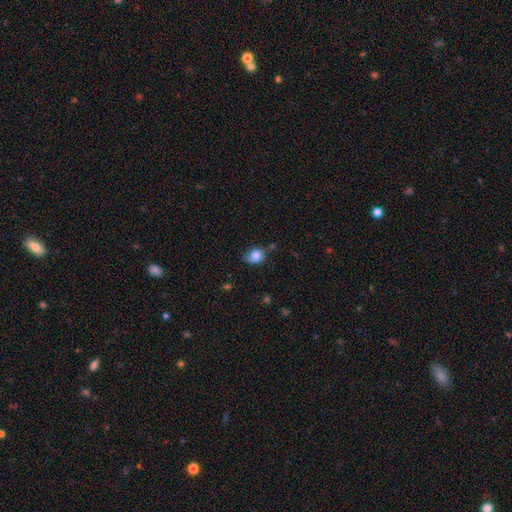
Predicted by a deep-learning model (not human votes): Smooth or featured?
  - smooth: 82% *
  - star or artifact: 9%
  - featured or disk: 9%
How rounded?
  - round: 61% *
  - in between: 38%
  - cigar-shaped: 1%
Merging?
  - none: 57% *
  - minor disturbance: 31%
  - major disturbance: 8%
  - merger: 4%